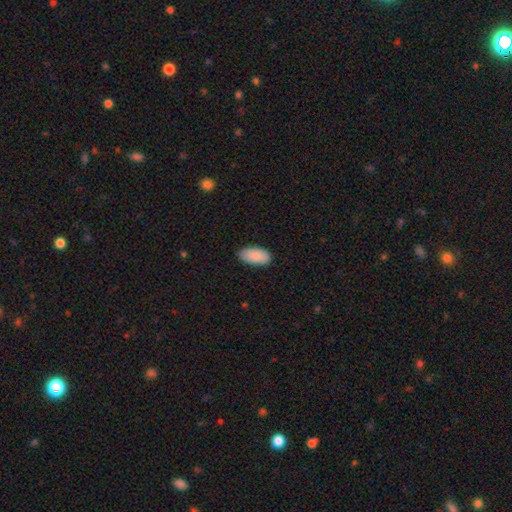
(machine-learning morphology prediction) This is clearly a smooth galaxy (88%). How rounded: clearly in between (95%). Merging: clearly none (85%).